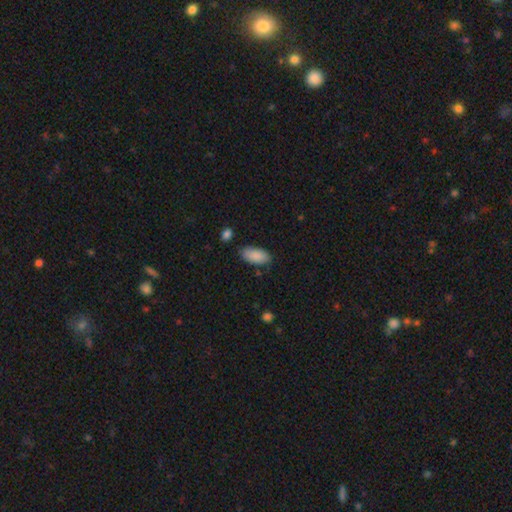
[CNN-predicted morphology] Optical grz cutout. It shows a smooth galaxy with no disk features (89%) that is in between round and cigar-shaped (93%). Merging: none (80%).